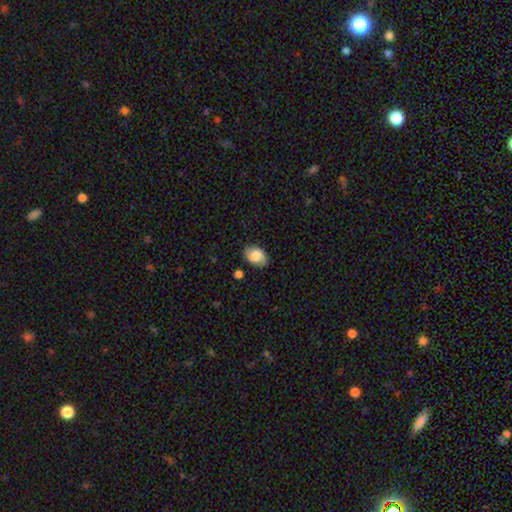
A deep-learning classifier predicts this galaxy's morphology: A smooth galaxy with no disk features (75%) that is in between round and cigar-shaped (83%). Merging: none (78%).